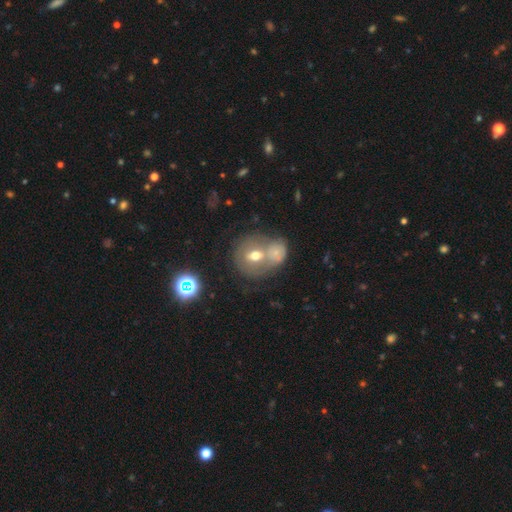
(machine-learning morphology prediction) type=smooth (52%); roundness=round (76%); merging=merger (56%).